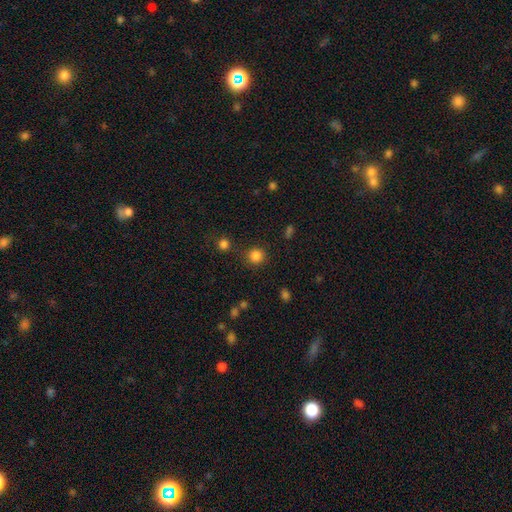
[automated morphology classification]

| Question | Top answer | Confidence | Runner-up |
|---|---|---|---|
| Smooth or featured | smooth | 83% | star or artifact (13%) |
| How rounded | round | 91% | in between (8%) |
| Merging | none | 85% | minor disturbance (7%) |